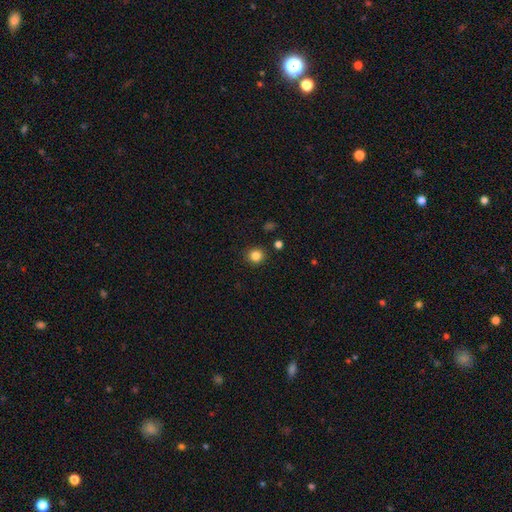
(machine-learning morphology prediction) This is clearly a smooth galaxy (84%). How rounded: clearly round (92%). Merging: clearly none (90%).